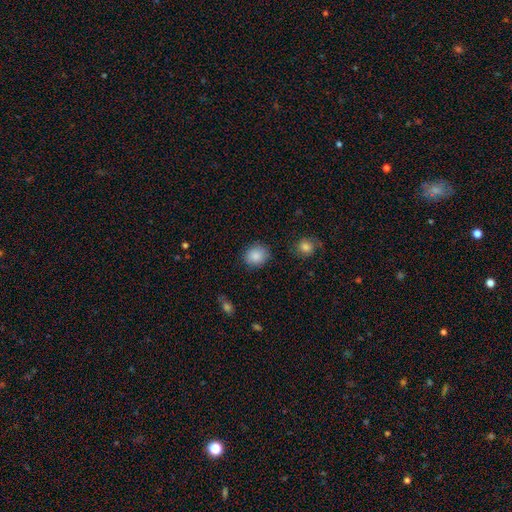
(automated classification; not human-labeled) The model was most divided on "how rounded": round: 78%, in between: 22%, cigar-shaped: 1%. More confident: smooth or featured — smooth (87%); merging — none (86%).